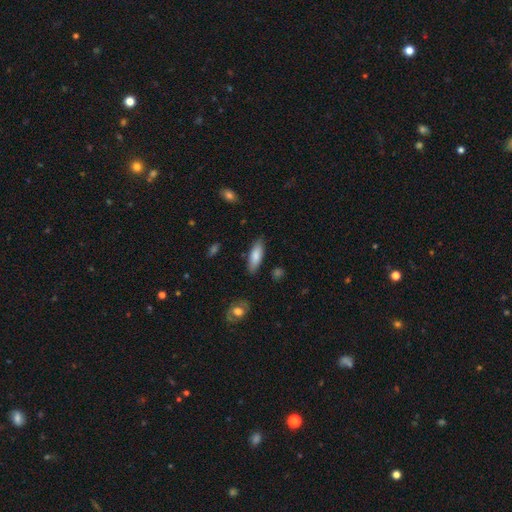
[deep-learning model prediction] Morphology: type=smooth (81%); roundness=in between (58%); merging=none (84%).